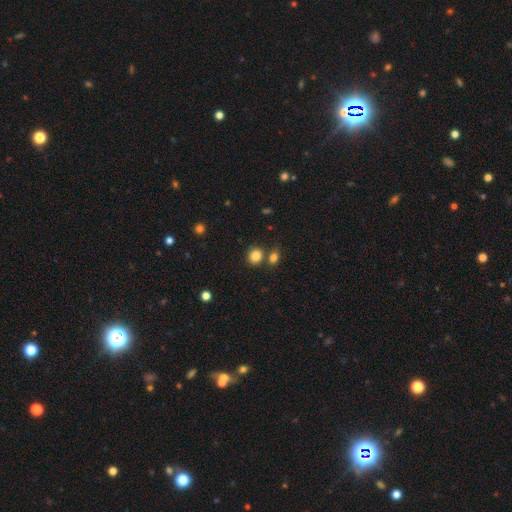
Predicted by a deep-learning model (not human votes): Smooth or featured: smooth — 85% (star or artifact — 11%)
How rounded: round — 74% (in between — 25%)
Merging: none — 68% (merger — 19%)